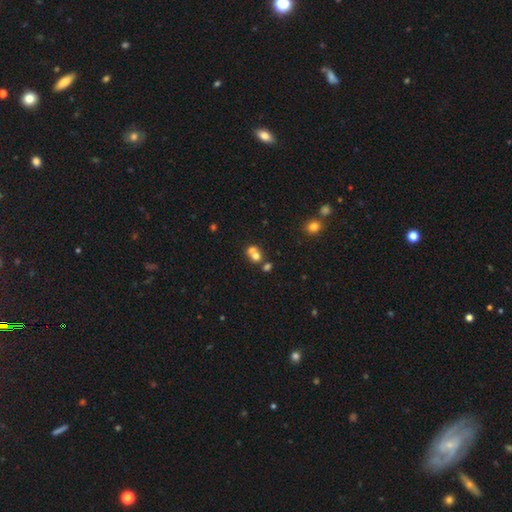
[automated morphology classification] type=smooth (66%); roundness=round (73%); merging=merger (58%).